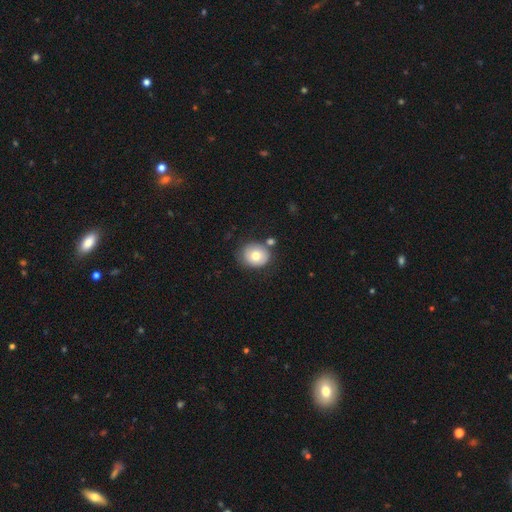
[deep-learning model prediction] smooth-or-featured: smooth: 74% | featured or disk: 18% | star or artifact: 9%
  how-rounded: round: 69% | in between: 30% | cigar-shaped: 1%
  merging: none: 70% | minor disturbance: 15% | merger: 11% | major disturbance: 5%